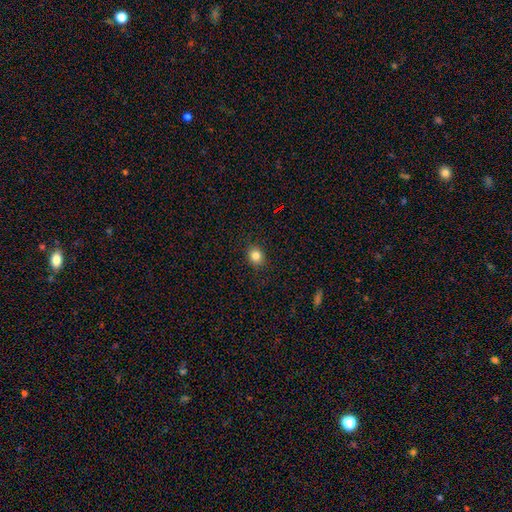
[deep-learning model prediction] Smooth or featured? Predicted: smooth (p=0.83). How rounded? Predicted: round (p=0.68). Merging? Predicted: none (p=0.89).